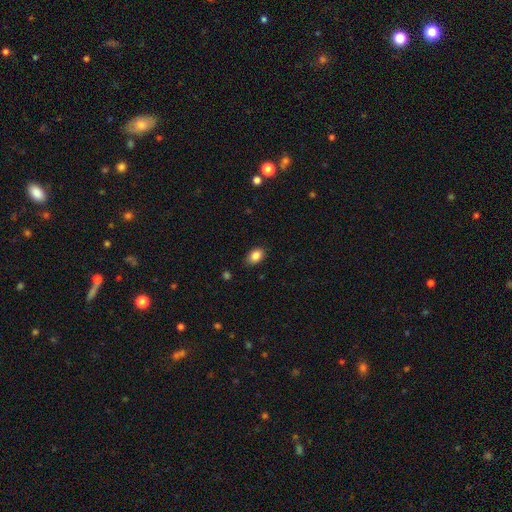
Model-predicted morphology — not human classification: This is clearly a smooth galaxy (86%). How rounded: clearly in between (83%). Merging: clearly none (86%).